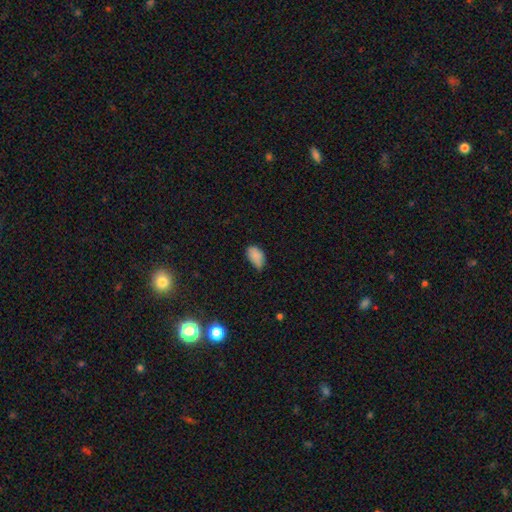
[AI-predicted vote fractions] Morphology: type=smooth (84%); roundness=in between (91%); merging=none (45%).